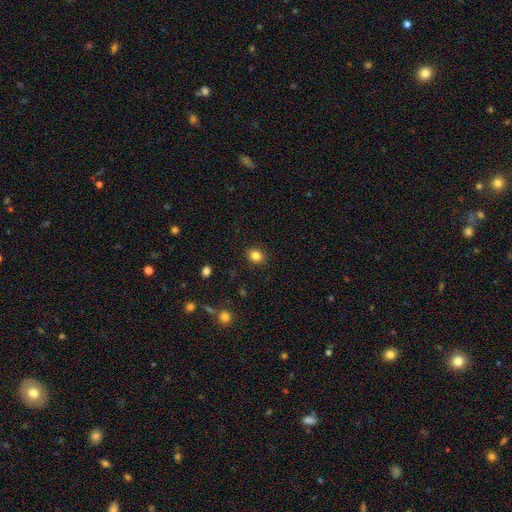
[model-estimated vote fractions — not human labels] Smooth or featured: smooth — 83% (star or artifact — 11%)
How rounded: round — 63% (in between — 36%)
Merging: none — 90% (minor disturbance — 7%)